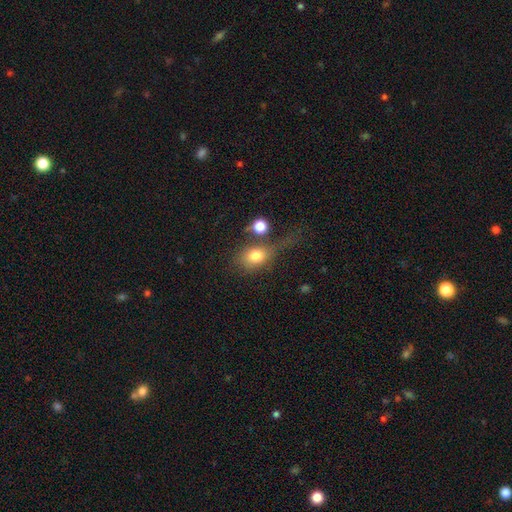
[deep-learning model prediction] Q: Smooth or featured?
A: smooth (75%); runner-up: featured or disk (13%)
Q: How rounded?
A: in between (54%); runner-up: round (44%)
Q: Merging?
A: none (35%); runner-up: merger (27%)